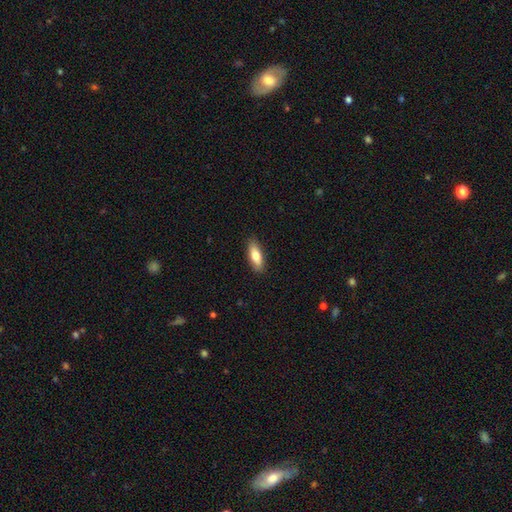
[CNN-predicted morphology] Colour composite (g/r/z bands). It shows a smooth galaxy with no disk features (77%) that is in between round and cigar-shaped (66%). Merging: none (88%).